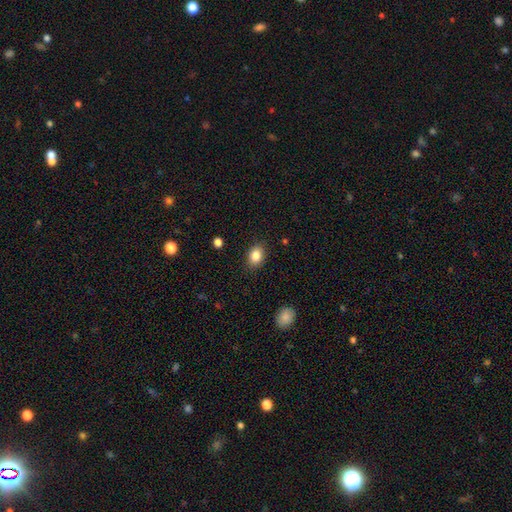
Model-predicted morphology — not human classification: The model was most divided on "how rounded": in between: 73%, round: 26%, cigar-shaped: 1%. More confident: merging — none (86%); smooth or featured — smooth (85%).